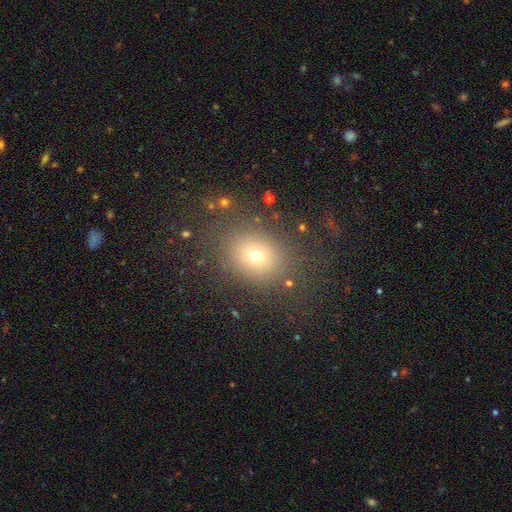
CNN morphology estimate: Q: Smooth or featured?
A: smooth (68%); runner-up: star or artifact (19%)
Q: How rounded?
A: round (58%); runner-up: in between (41%)
Q: Merging?
A: none (80%); runner-up: minor disturbance (11%)